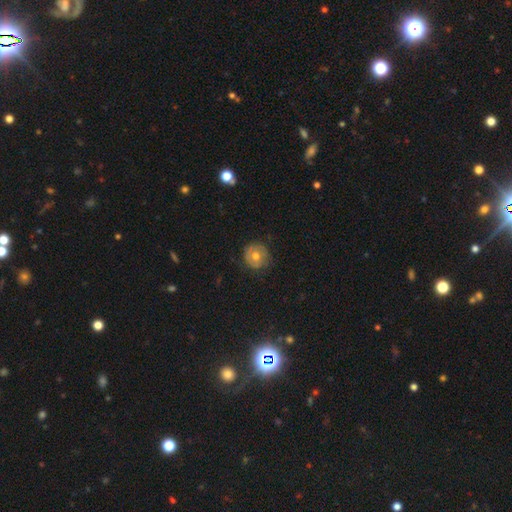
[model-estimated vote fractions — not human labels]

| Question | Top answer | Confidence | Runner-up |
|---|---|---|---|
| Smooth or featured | smooth | 57% | featured or disk (35%) |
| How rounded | round | 90% | in between (9%) |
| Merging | none | 77% | minor disturbance (18%) |